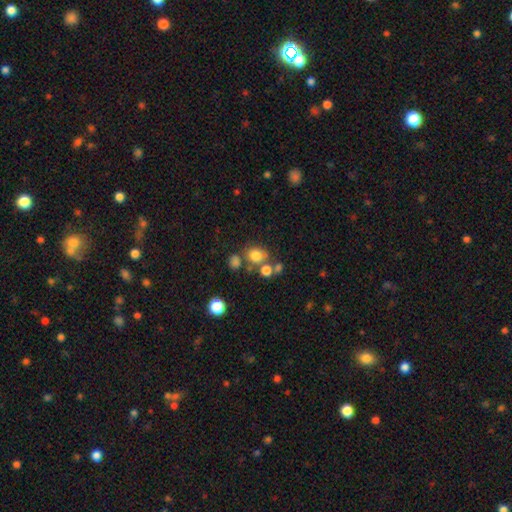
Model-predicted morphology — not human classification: The model was most divided on "how rounded": round: 67%, in between: 32%, cigar-shaped: 1%. More confident: smooth or featured — smooth (76%); merging — none (58%).